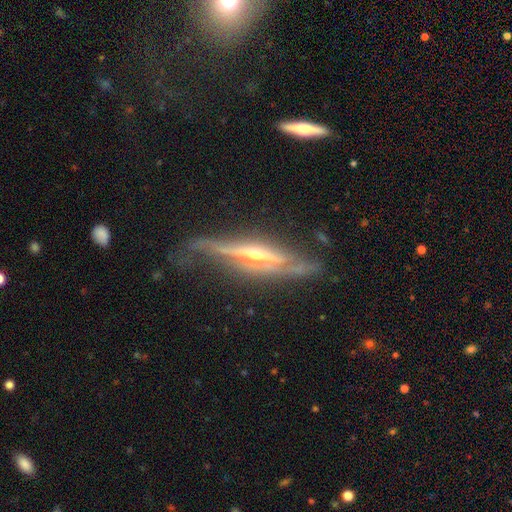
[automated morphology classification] Q: Smooth or featured?
A: featured or disk (85%); runner-up: smooth (9%)
Q: Edge-on disk?
A: yes (82%); runner-up: no (18%)
Q: Edge-on bulge?
A: rounded (85%); runner-up: none (9%)
Q: Merging?
A: none (60%); runner-up: minor disturbance (25%)